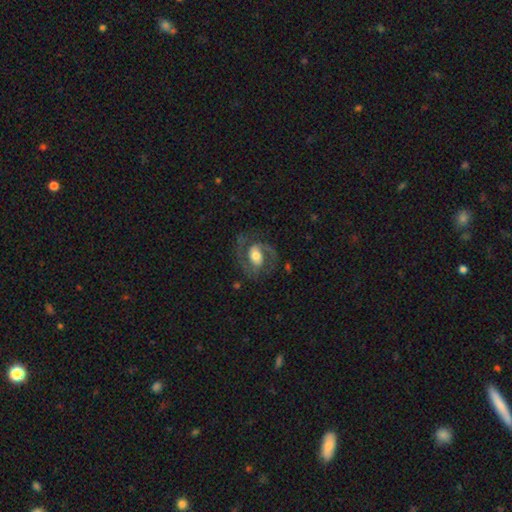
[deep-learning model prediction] Smooth or featured?
  - featured or disk: 80% *
  - smooth: 14%
  - star or artifact: 6%
Edge-on disk?
  - no: 97% *
  - yes: 3%
Bar?
  - weak: 41% *
  - no: 37%
  - strong: 22%
Spiral arms?
  - yes: 93% *
  - no: 7%
Spiral winding?
  - medium: 57% *
  - tight: 24%
  - loose: 19%
Spiral arm count?
  - 2: 87% *
  - 1: 5%
  - can't tell: 4%
  - 3: 2%
  - 4: 1%
  - more than 4: 1%
Bulge size?
  - moderate: 56% *
  - large: 27%
  - small: 12%
  - dominant: 2%
  - none: 2%
Merging?
  - none: 70% *
  - minor disturbance: 16%
  - major disturbance: 13%
  - merger: 1%